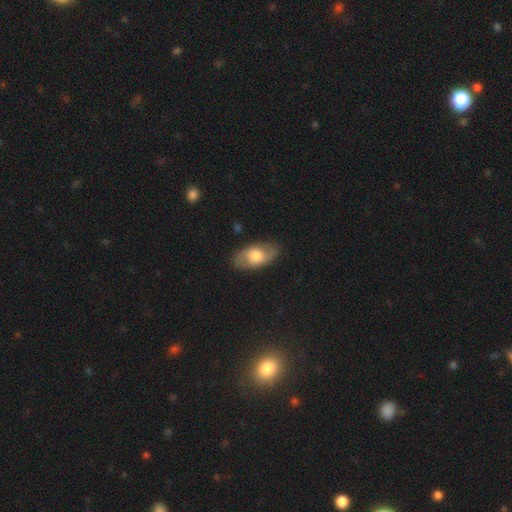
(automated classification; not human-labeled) Smooth or featured? smooth (47%, tied with featured or disk)
Merging? none (84%)